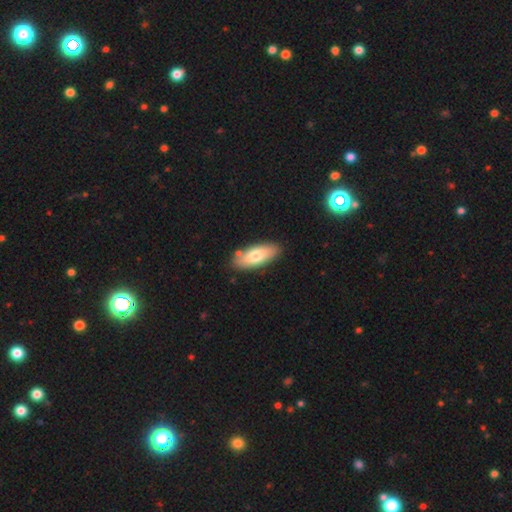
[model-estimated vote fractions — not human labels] Overall: smooth (71%). How rounded: in between (74%). Merging: none (83%).